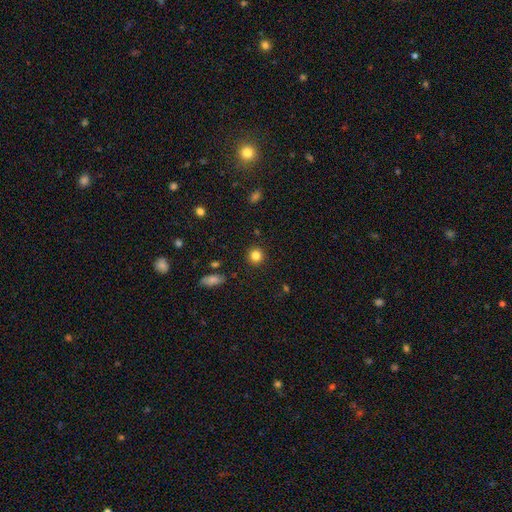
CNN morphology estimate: Smooth or featured?
  - smooth: 83% *
  - star or artifact: 11%
  - featured or disk: 5%
How rounded?
  - round: 92% *
  - in between: 7%
  - cigar-shaped: 1%
Merging?
  - none: 91% *
  - minor disturbance: 6%
  - major disturbance: 2%
  - merger: 1%